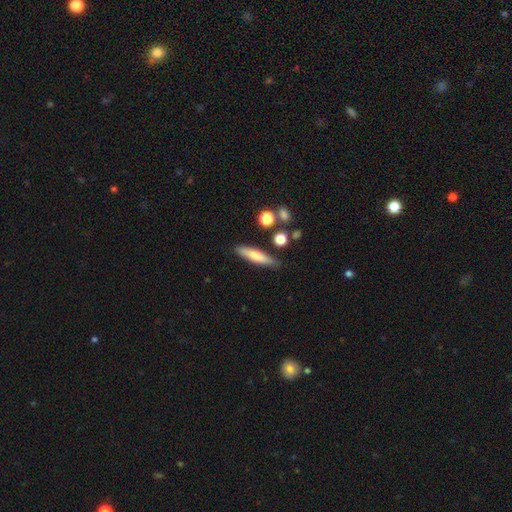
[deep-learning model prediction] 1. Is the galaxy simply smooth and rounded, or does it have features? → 70% smooth, 24% featured or disk, 7% star or artifact.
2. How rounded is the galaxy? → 82% cigar-shaped, 16% in between, 2% round.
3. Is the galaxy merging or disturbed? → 82% none, 12% minor disturbance, 4% merger, 3% major disturbance.